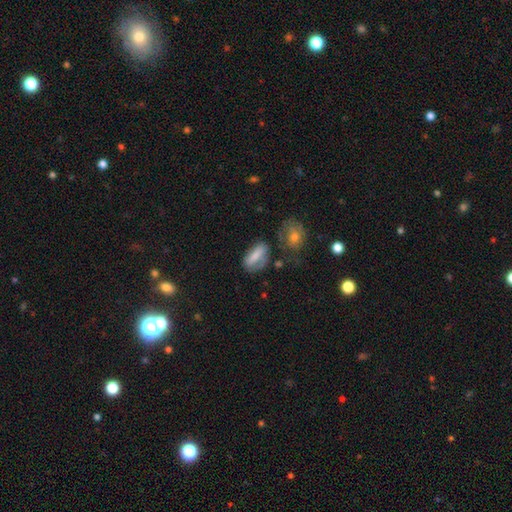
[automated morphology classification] smooth_or_featured: smooth (p=0.70) [alt: featured or disk p=0.22]
how_rounded: in between (p=0.72) [alt: cigar-shaped p=0.21]
merging: none (p=0.54) [alt: minor disturbance p=0.25]